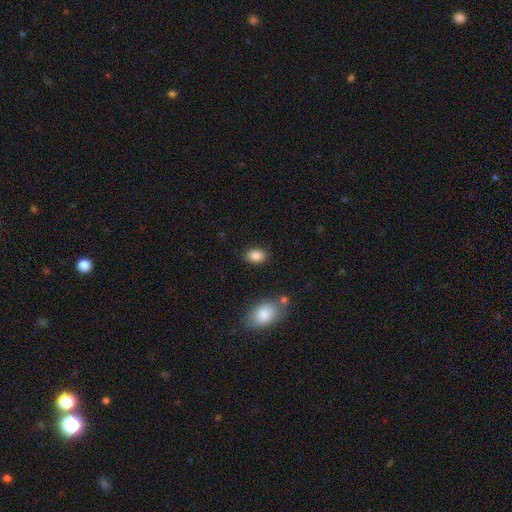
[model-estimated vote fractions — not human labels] Morphology: type=smooth (87%); roundness=in between (82%); merging=none (85%).